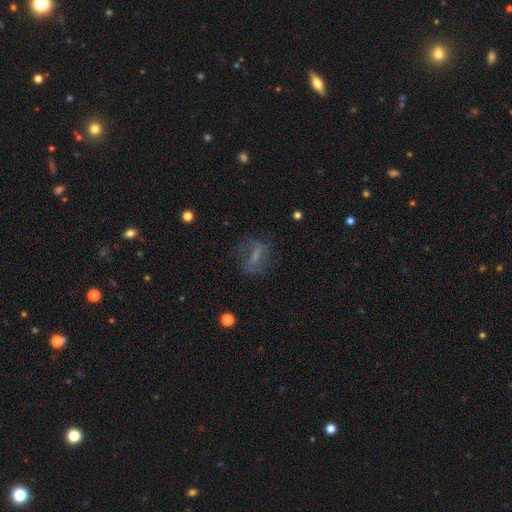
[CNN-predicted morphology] Overall: featured or disk (46%; smooth 38%). Merging: none (63%).